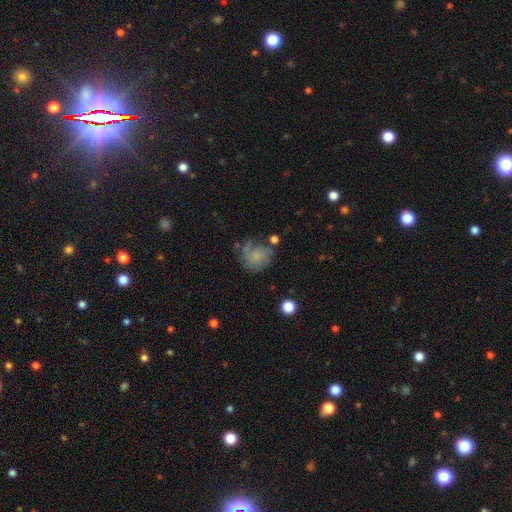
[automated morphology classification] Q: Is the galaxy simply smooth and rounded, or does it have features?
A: smooth — 56%.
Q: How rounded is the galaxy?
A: round — 71%.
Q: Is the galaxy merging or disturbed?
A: none — 45%.